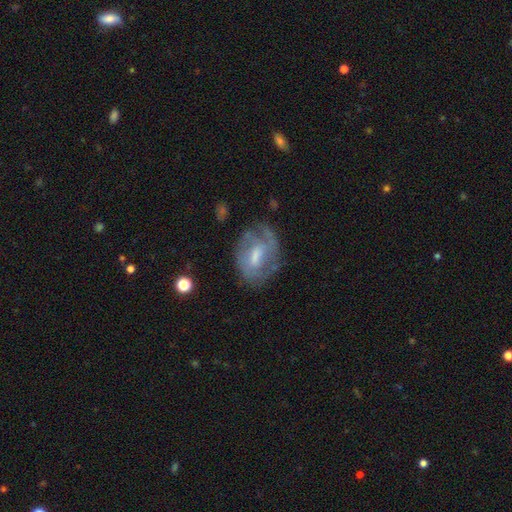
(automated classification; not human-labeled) This appears to be a featured or disk galaxy (65%) with a weak bar (53%), spiral arms (66%) and a moderate central bulge (45%). Merging: none (59%).